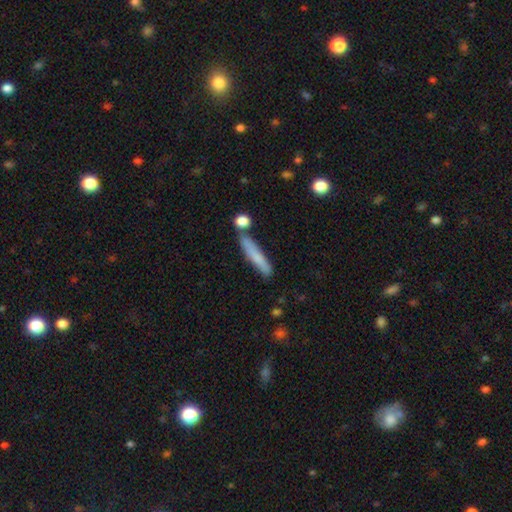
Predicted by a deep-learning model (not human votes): Morphology: type=smooth (72%); roundness=cigar-shaped (91%); merging=none (74%).